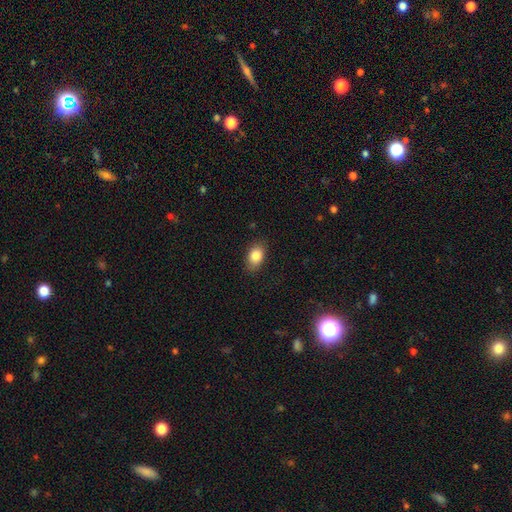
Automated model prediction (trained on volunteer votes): smooth 85%, star or artifact 8%, featured or disk 7%. Down the decision tree: how rounded — in between (83%); merging — none (83%).